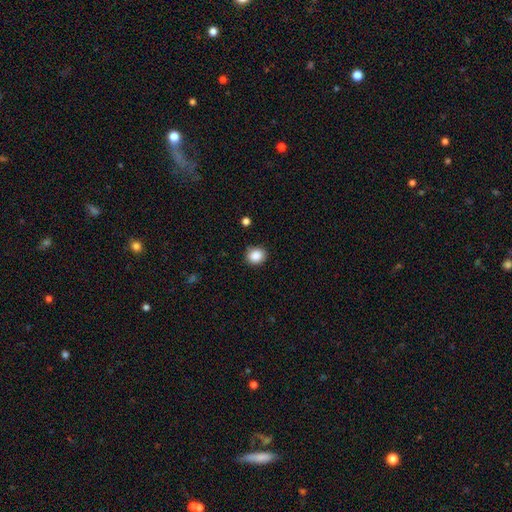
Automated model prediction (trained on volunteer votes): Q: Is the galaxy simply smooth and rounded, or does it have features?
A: smooth — 88%.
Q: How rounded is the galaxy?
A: round — 79%.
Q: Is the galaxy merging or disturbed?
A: none — 87%.